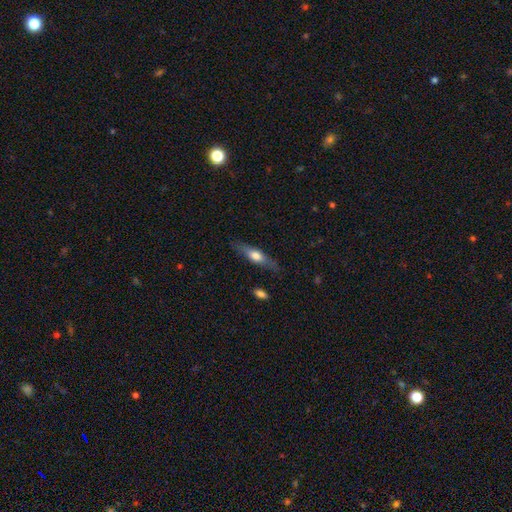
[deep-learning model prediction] featured or disk 48%, smooth 46%, star or artifact 6%. Down the decision tree: merging — none (81%).